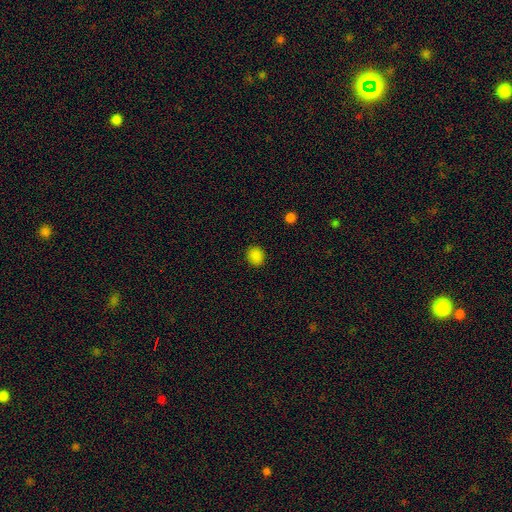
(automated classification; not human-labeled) Morphology: type=smooth (85%); roundness=round (79%); merging=none (90%).